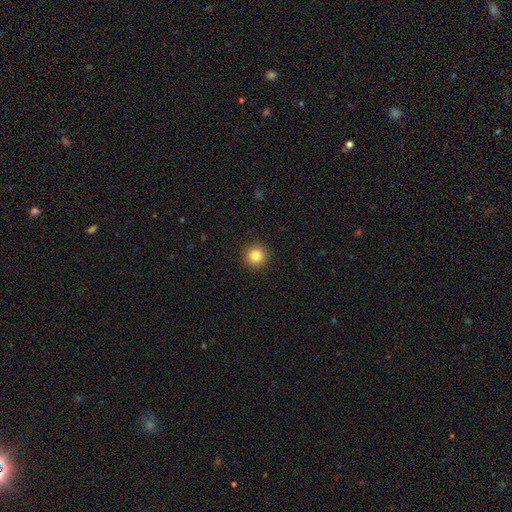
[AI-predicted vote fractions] Smooth or featured?
  - smooth: 83% *
  - star or artifact: 11%
  - featured or disk: 6%
How rounded?
  - round: 96% *
  - in between: 3%
  - cigar-shaped: 1%
Merging?
  - none: 93% *
  - minor disturbance: 5%
  - major disturbance: 2%
  - merger: 1%